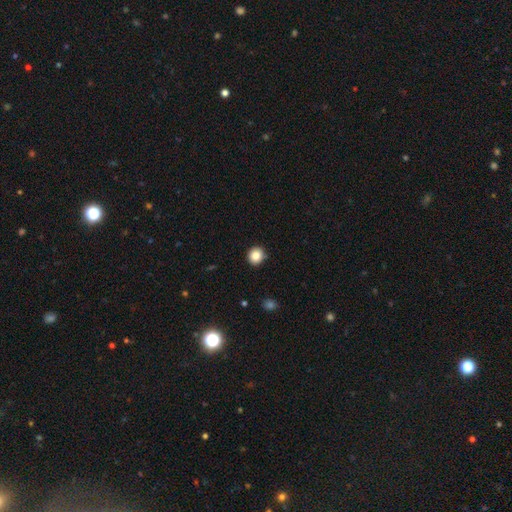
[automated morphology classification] smooth_or_featured: smooth (p=0.84) [alt: star or artifact p=0.10]
how_rounded: round (p=0.87) [alt: in between p=0.12]
merging: none (p=0.91) [alt: minor disturbance p=0.07]